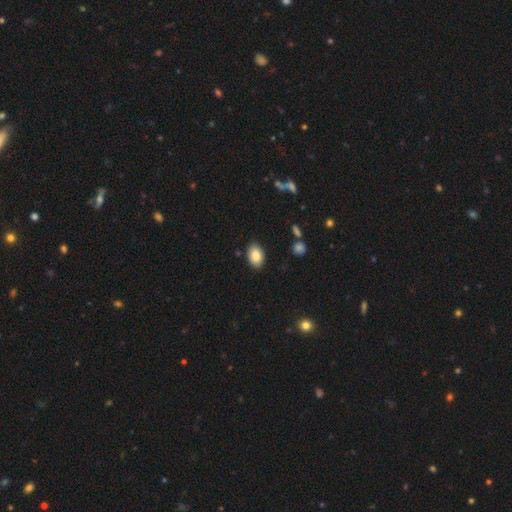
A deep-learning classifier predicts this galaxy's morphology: The model was most divided on "smooth or featured": smooth: 84%, featured or disk: 8%, star or artifact: 7%. More confident: how rounded — in between (88%); merging — none (87%).